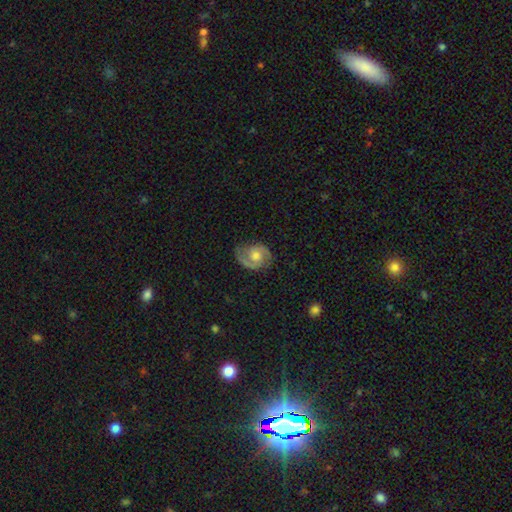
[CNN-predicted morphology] Smooth or featured? Predicted: featured or disk (p=0.78). Edge-on disk? Predicted: no (p=0.97). Bar? Predicted: no (p=0.64). Spiral arms? Predicted: yes (p=0.94). Spiral winding? Predicted: medium (p=0.50). Spiral arm count? Predicted: 2 (p=0.85). Bulge size? Predicted: moderate (p=0.64). Merging? Predicted: none (p=0.72).